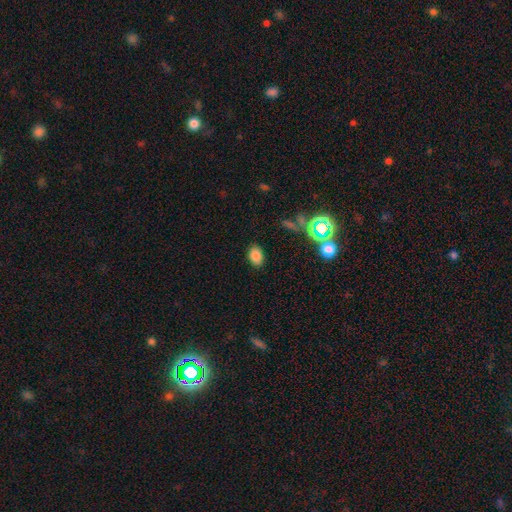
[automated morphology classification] smooth_or_featured: smooth (p=0.80) [alt: star or artifact p=0.14]
how_rounded: in between (p=0.81) [alt: round p=0.18]
merging: none (p=0.86) [alt: minor disturbance p=0.09]